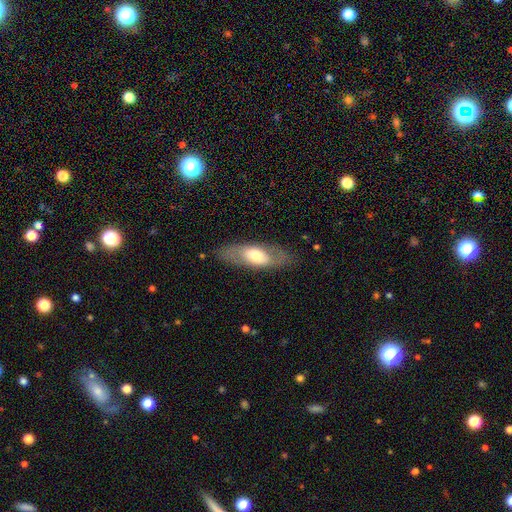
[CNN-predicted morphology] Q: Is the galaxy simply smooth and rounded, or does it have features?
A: smooth — 52%.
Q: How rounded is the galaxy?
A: in between — 73%.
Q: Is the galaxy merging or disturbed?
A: none — 78%.